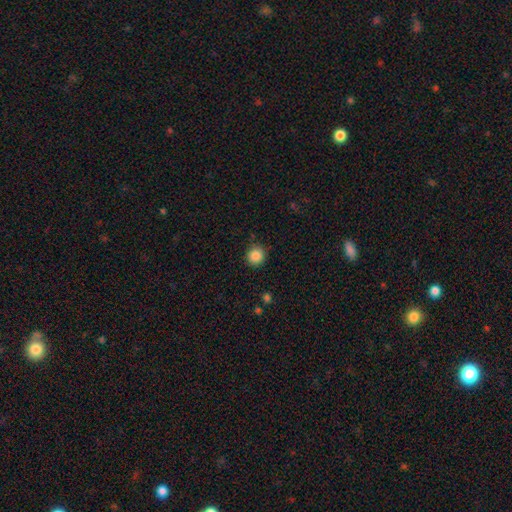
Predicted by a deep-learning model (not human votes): Overall: smooth (87%). How rounded: round (92%). Merging: none (89%).